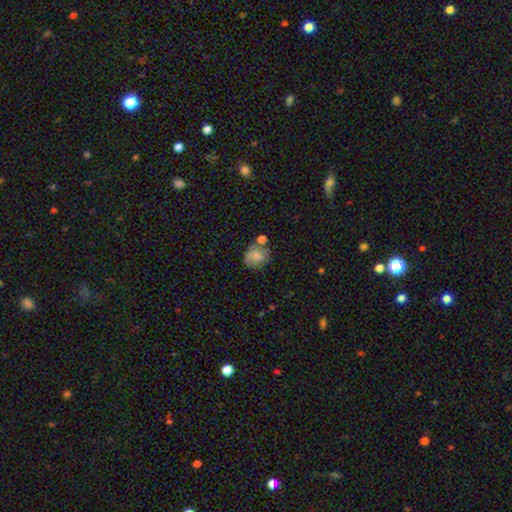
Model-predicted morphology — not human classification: Overall: smooth (58%; featured or disk 32%). How rounded: round (64%; in between 35%). Merging: none (53%; minor disturbance 24%).